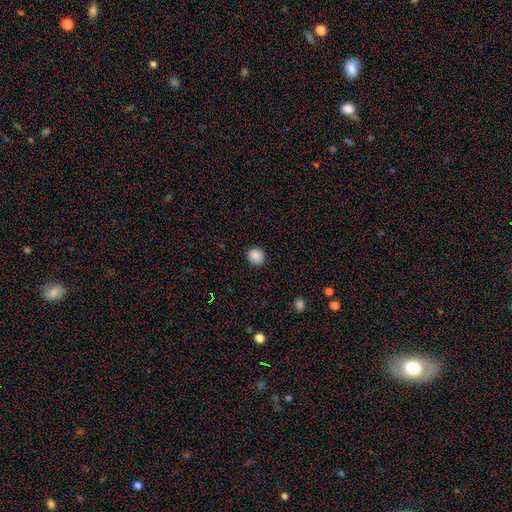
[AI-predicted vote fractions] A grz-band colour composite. It shows a smooth galaxy with no disk features (88%) that is round (81%). Merging: none (90%).